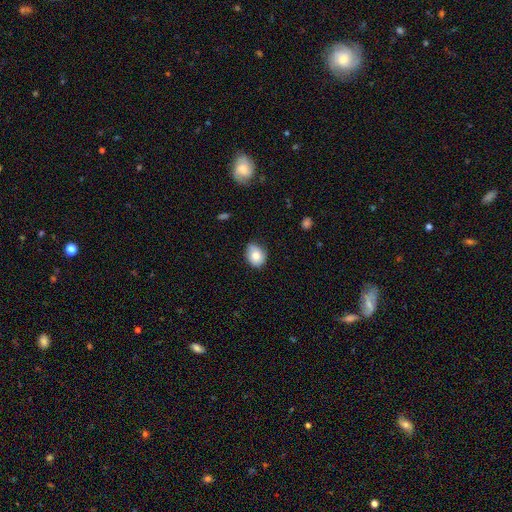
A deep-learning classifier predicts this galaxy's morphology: Smooth or featured: smooth — 78% (featured or disk — 13%)
How rounded: in between — 50% (round — 49%)
Merging: none — 69% (minor disturbance — 26%)